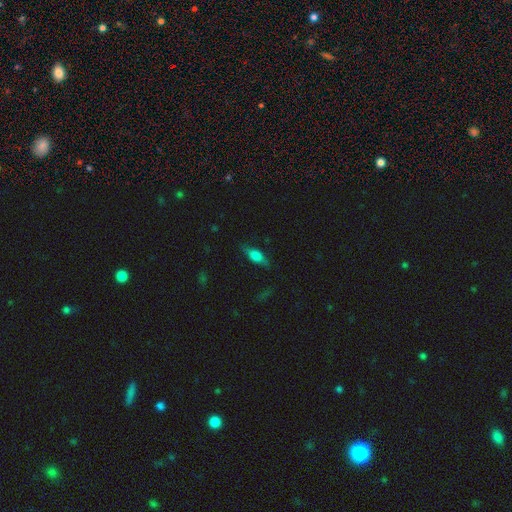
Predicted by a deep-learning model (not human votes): The model was most divided on "smooth or featured": smooth: 59%, featured or disk: 32%, star or artifact: 9%. More confident: merging — none (76%); how rounded — in between (66%).